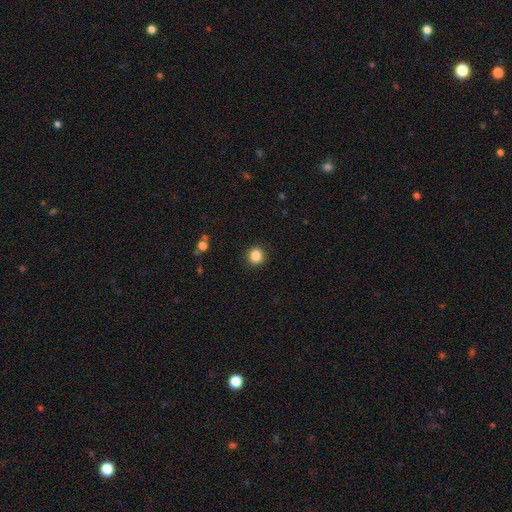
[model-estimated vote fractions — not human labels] smooth-or-featured: smooth: 86% | star or artifact: 11% | featured or disk: 4%
  how-rounded: round: 87% | in between: 12% | cigar-shaped: 1%
  merging: none: 91% | minor disturbance: 6% | major disturbance: 2% | merger: 1%